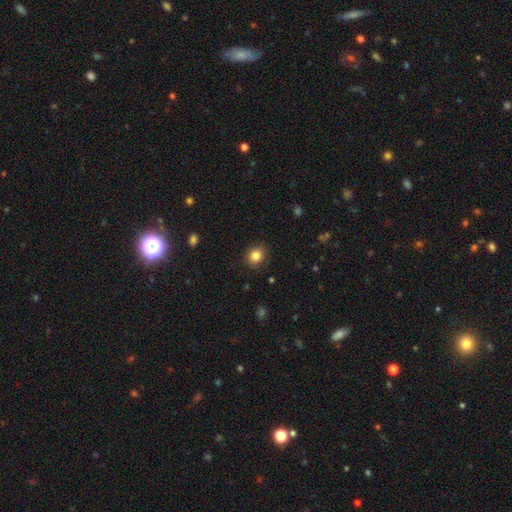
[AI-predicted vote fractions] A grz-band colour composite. It shows a smooth galaxy with no disk features (84%) that is round (80%). Merging: none (89%).